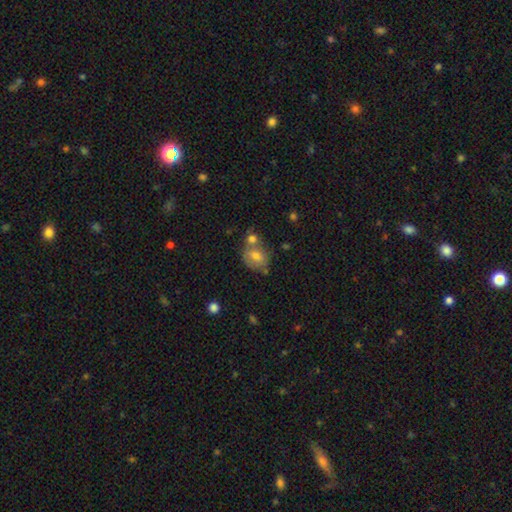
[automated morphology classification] Smooth or featured?
  - smooth: 70% *
  - featured or disk: 21%
  - star or artifact: 9%
How rounded?
  - in between: 50% *
  - round: 48%
  - cigar-shaped: 1%
Merging?
  - none: 41% *
  - merger: 37%
  - minor disturbance: 16%
  - major disturbance: 6%